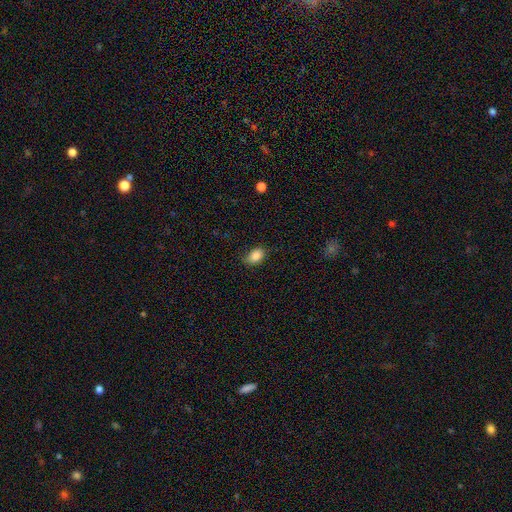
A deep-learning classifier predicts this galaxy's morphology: Smooth or featured? smooth (86%)
How rounded? in between (85%)
Merging? none (79%)